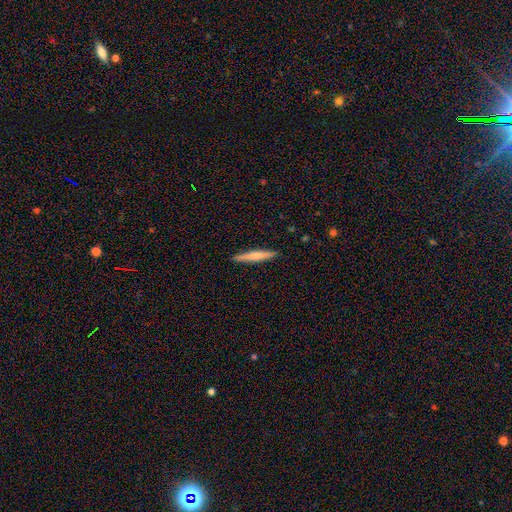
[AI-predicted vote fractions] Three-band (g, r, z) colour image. It shows a smooth galaxy with no disk features (56%) that is cigar-shaped (94%). Merging: none (91%).